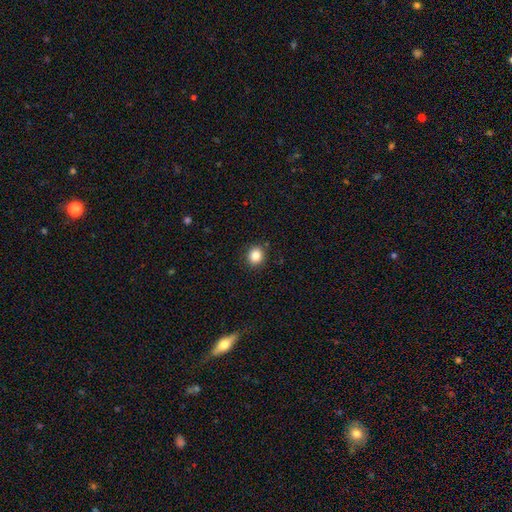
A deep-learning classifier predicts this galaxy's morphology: smooth 84%, star or artifact 11%, featured or disk 5%. Down the decision tree: how rounded — round (80%); merging — none (90%).